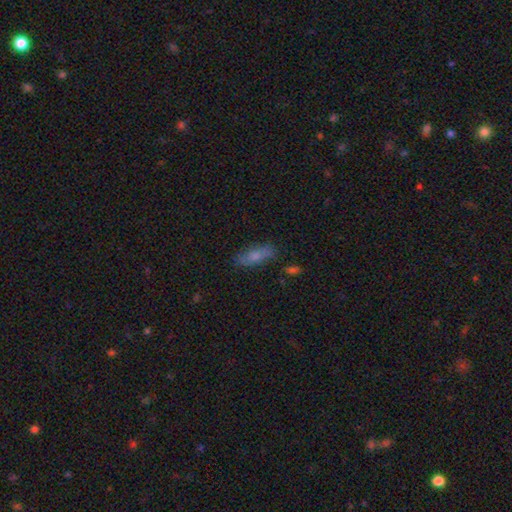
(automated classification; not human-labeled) Smooth or featured? smooth (66%)
How rounded? in between (52%)
Merging? none (79%)